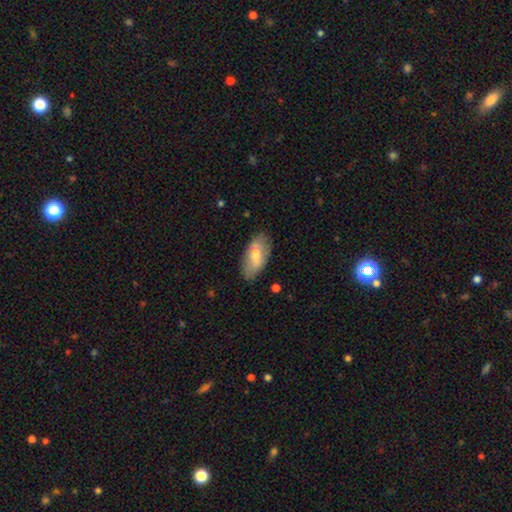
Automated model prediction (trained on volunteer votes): smooth 63%, featured or disk 31%, star or artifact 6%. Down the decision tree: how rounded — in between (90%); merging — none (78%).